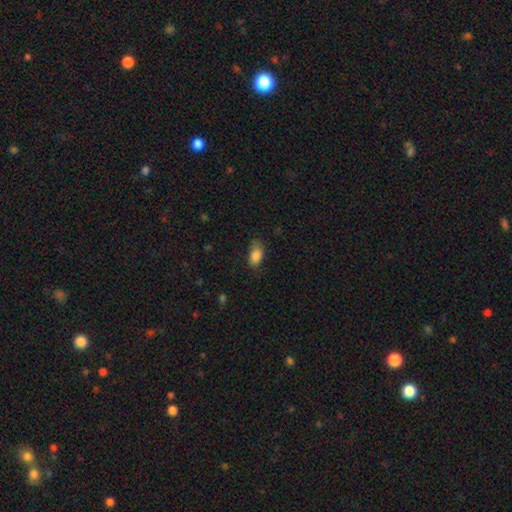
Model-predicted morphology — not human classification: Smooth or featured?
  - smooth: 85% *
  - star or artifact: 8%
  - featured or disk: 7%
How rounded?
  - in between: 89% *
  - round: 7%
  - cigar-shaped: 3%
Merging?
  - none: 67% *
  - minor disturbance: 25%
  - major disturbance: 7%
  - merger: 1%